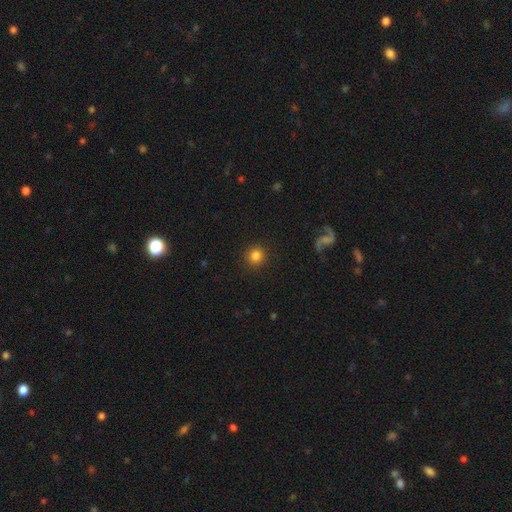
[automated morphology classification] This is clearly a smooth galaxy (83%). How rounded: clearly round (93%). Merging: clearly none (91%).